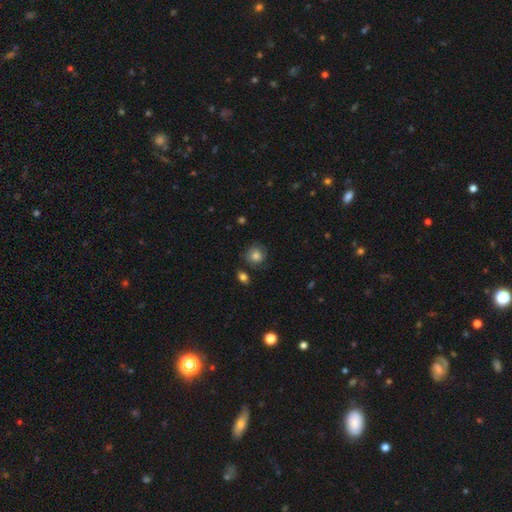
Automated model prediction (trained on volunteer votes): A smooth galaxy with no disk features (69%) that is round (85%).

Vote fractions:
- Smooth or featured? smooth: 69% / featured or disk: 22% / star or artifact: 10%
- How rounded? round: 85% / in between: 14% / cigar-shaped: 1%
- Merging? none: 74% / minor disturbance: 17% / major disturbance: 6% / merger: 4%